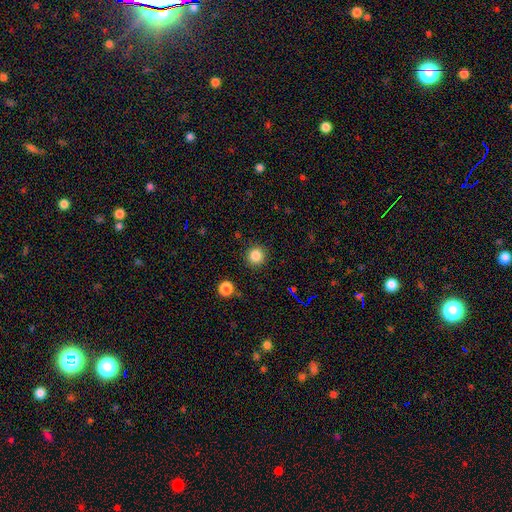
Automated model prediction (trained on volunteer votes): A smooth galaxy with no disk features (84%) that is round (95%).

Vote fractions:
- Smooth or featured? smooth: 84% / star or artifact: 12% / featured or disk: 4%
- How rounded? round: 95% / in between: 5% / cigar-shaped: 1%
- Merging? none: 90% / minor disturbance: 6% / major disturbance: 2% / merger: 2%